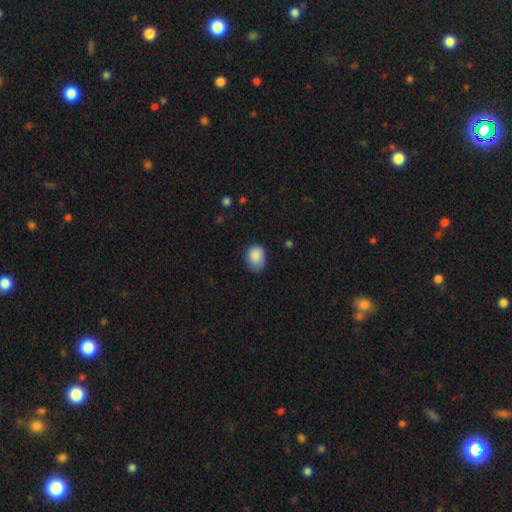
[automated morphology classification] Smooth or featured?
  - smooth: 87% *
  - star or artifact: 8%
  - featured or disk: 5%
How rounded?
  - in between: 58% *
  - round: 41%
  - cigar-shaped: 1%
Merging?
  - none: 58% *
  - minor disturbance: 33%
  - major disturbance: 7%
  - merger: 2%